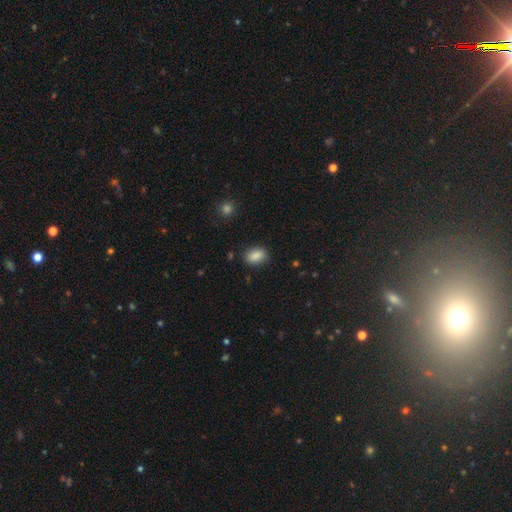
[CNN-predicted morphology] This appears to be a smooth galaxy with no disk features (88%) that is in between round and cigar-shaped (85%). Merging: none (85%).